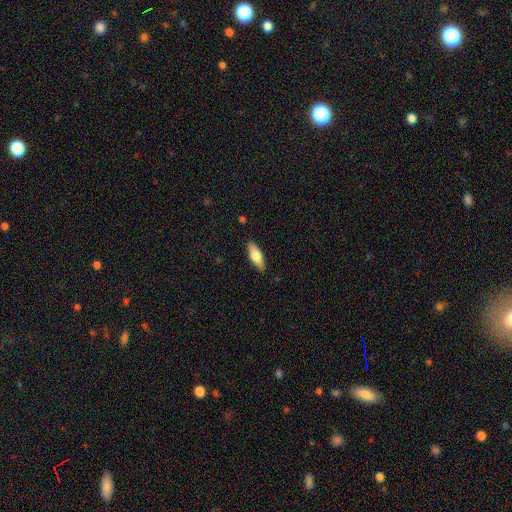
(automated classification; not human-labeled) A smooth galaxy with no disk features (67%) that is in between round and cigar-shaped (68%).

Vote fractions:
- Smooth or featured? smooth: 67% / featured or disk: 27% / star or artifact: 6%
- How rounded? in between: 68% / cigar-shaped: 30% / round: 2%
- Merging? none: 87% / minor disturbance: 10% / major disturbance: 2% / merger: 1%